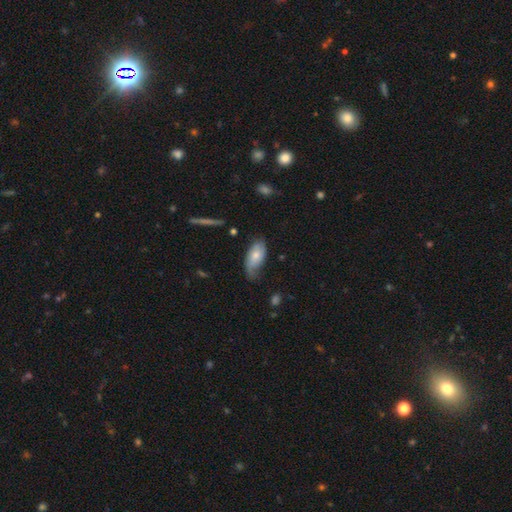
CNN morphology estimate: The model was most divided on "merging": none: 45%, minor disturbance: 39%, major disturbance: 15%, merger: 2%. More confident: how rounded — in between (91%); smooth or featured — smooth (57%).